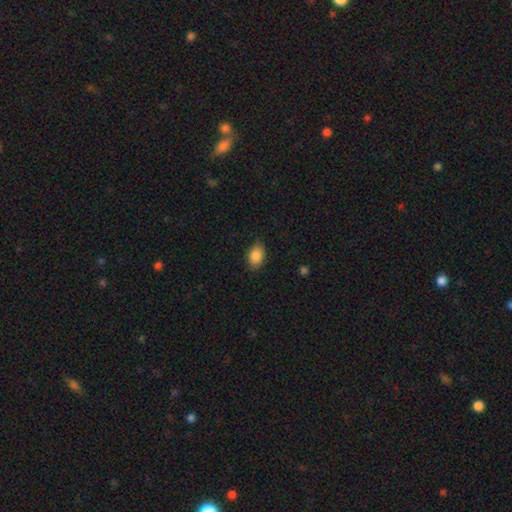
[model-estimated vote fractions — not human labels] The model was most divided on "merging": none: 82%, minor disturbance: 14%, major disturbance: 3%, merger: 1%. More confident: smooth or featured — smooth (87%); how rounded — in between (85%).